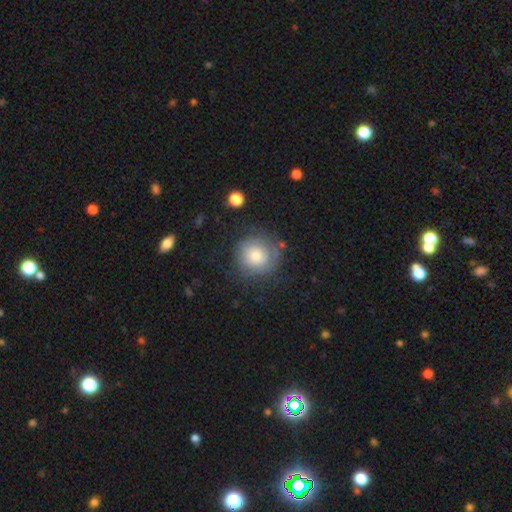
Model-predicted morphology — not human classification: smooth 59%, featured or disk 32%, star or artifact 9%. Down the decision tree: how rounded — round (91%); merging — none (74%).